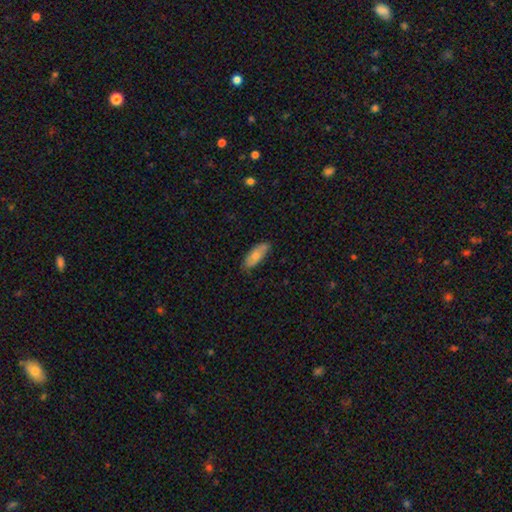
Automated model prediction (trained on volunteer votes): Morphology: type=smooth (76%); roundness=in between (75%); merging=none (80%).